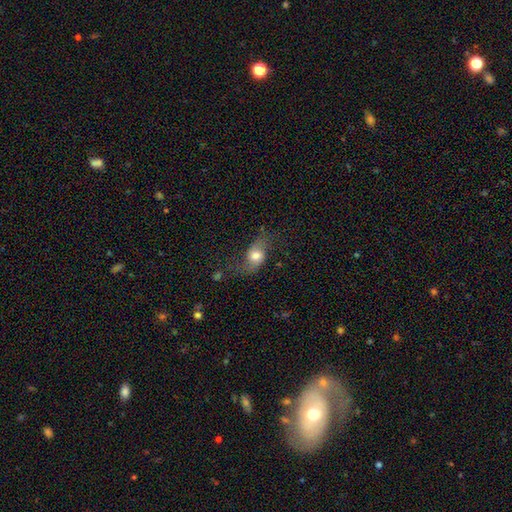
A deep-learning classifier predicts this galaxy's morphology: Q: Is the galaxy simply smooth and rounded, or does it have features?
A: smooth — 47%.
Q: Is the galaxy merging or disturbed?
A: none — 53%.